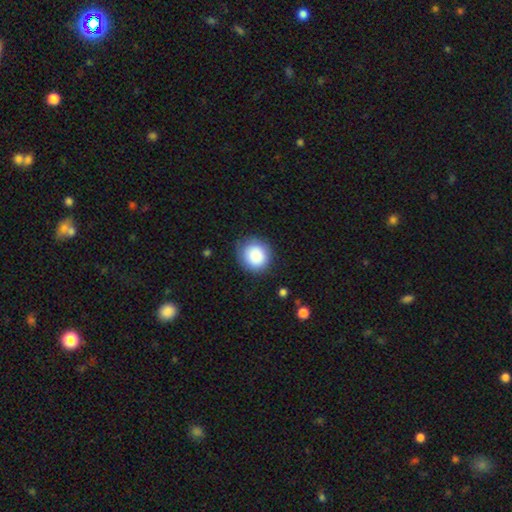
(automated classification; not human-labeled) Smooth or featured?
  - smooth: 85% *
  - star or artifact: 8%
  - featured or disk: 7%
How rounded?
  - round: 87% *
  - in between: 12%
  - cigar-shaped: 1%
Merging?
  - none: 82% *
  - minor disturbance: 13%
  - major disturbance: 3%
  - merger: 1%